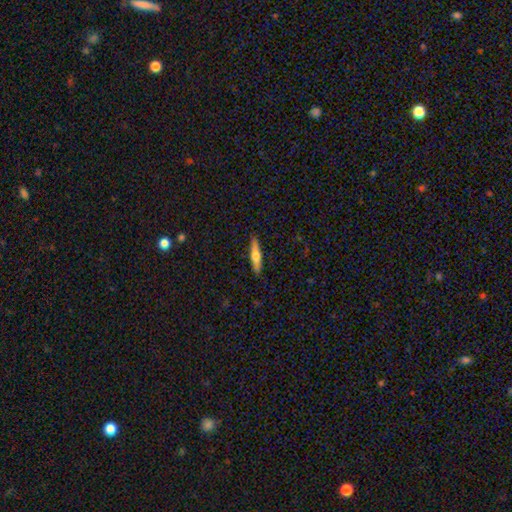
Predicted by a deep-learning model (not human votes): Q: Smooth or featured?
A: smooth (53%); runner-up: featured or disk (42%)
Q: How rounded?
A: cigar-shaped (82%); runner-up: in between (16%)
Q: Merging?
A: none (90%); runner-up: minor disturbance (7%)